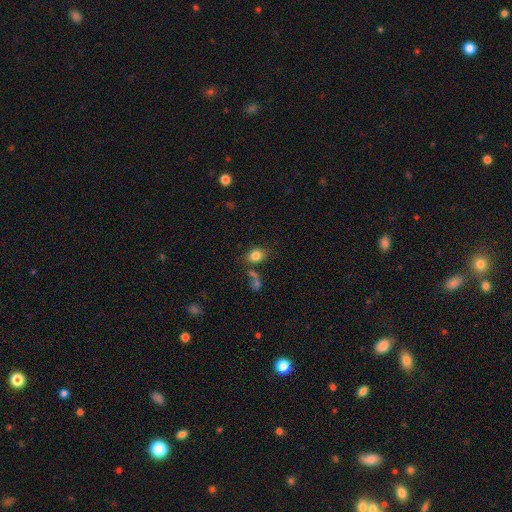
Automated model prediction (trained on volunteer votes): Smooth or featured? smooth (82%)
How rounded? in between (64%)
Merging? none (68%)